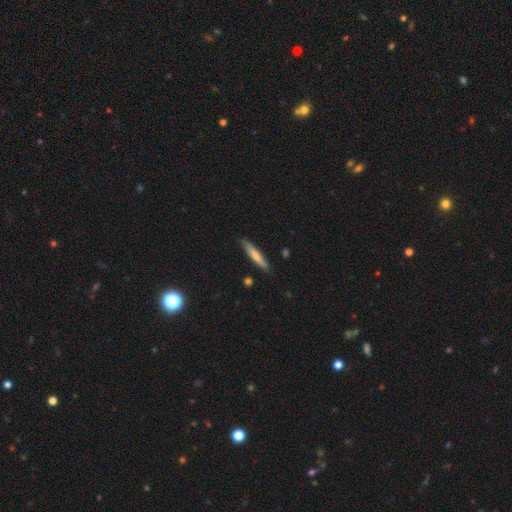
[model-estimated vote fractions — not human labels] smooth_or_featured: smooth (p=0.67) [alt: featured or disk p=0.27]
how_rounded: cigar-shaped (p=0.91) [alt: in between p=0.07]
merging: none (p=0.85) [alt: minor disturbance p=0.11]